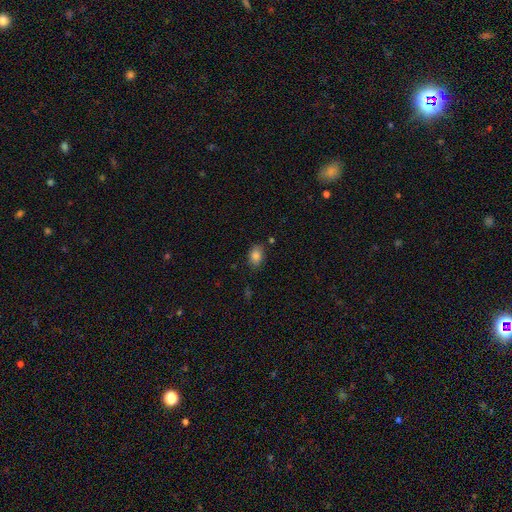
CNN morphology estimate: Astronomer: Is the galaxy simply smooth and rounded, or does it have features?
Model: smooth — 85%.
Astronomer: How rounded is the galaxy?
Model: in between — 80%.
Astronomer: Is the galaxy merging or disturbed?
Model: none — 75%.